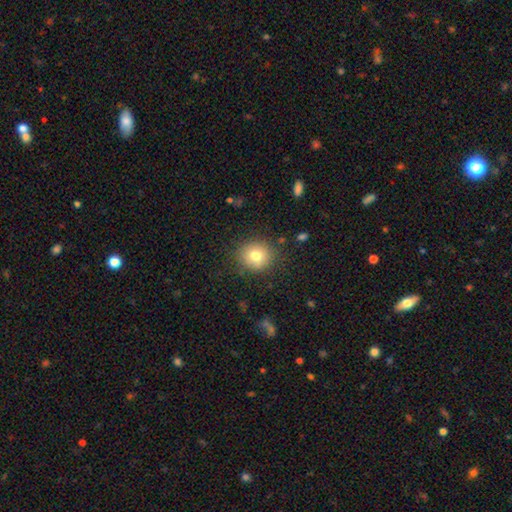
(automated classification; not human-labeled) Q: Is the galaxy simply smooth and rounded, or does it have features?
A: smooth — 77%.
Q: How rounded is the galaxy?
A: round — 88%.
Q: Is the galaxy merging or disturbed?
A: none — 87%.